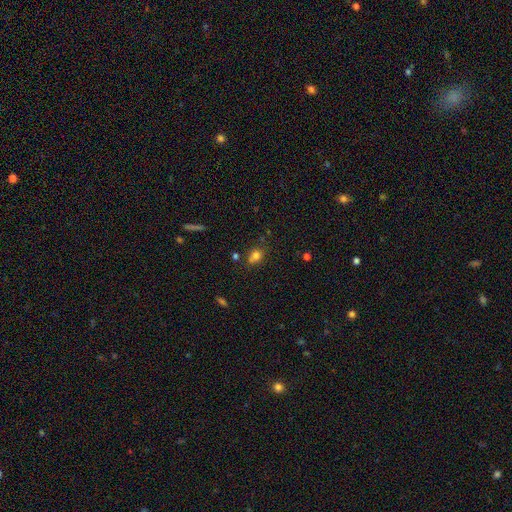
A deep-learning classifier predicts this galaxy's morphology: smooth 74%, star or artifact 15%, featured or disk 10%. Down the decision tree: how rounded — round (60%); merging — none (61%).